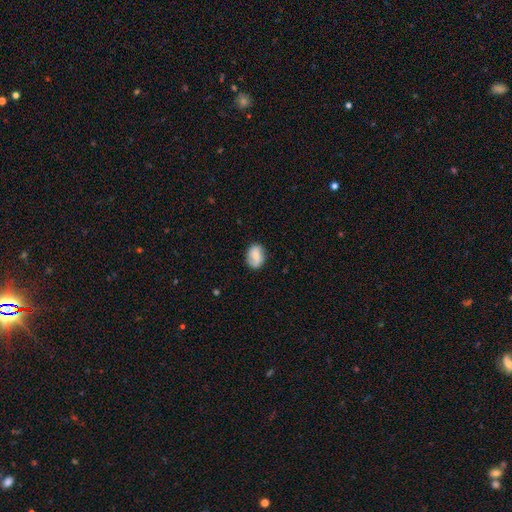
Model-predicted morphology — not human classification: smooth_or_featured: smooth (p=0.70) [alt: featured or disk p=0.22]
how_rounded: in between (p=0.72) [alt: round p=0.27]
merging: none (p=0.75) [alt: minor disturbance p=0.19]